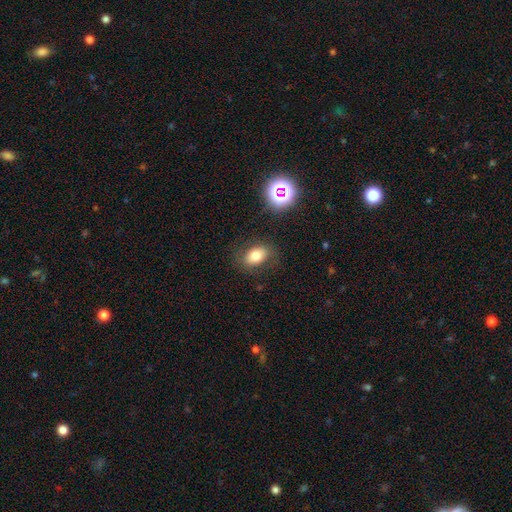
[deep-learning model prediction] This appears to be a smooth galaxy with no disk features (74%) that is in between round and cigar-shaped (79%). Merging: none (80%).